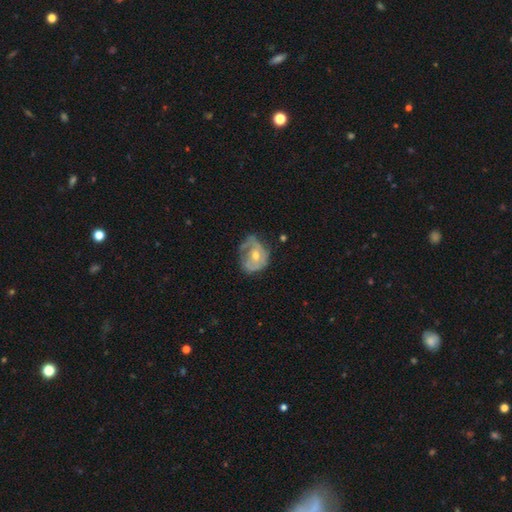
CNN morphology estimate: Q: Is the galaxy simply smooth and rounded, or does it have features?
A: featured or disk — 65%.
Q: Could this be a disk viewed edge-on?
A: no — 97%.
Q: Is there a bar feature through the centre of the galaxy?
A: no — 73%.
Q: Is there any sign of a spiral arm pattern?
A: yes — 63%.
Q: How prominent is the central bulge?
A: moderate — 60%.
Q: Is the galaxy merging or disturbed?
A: none — 42%.